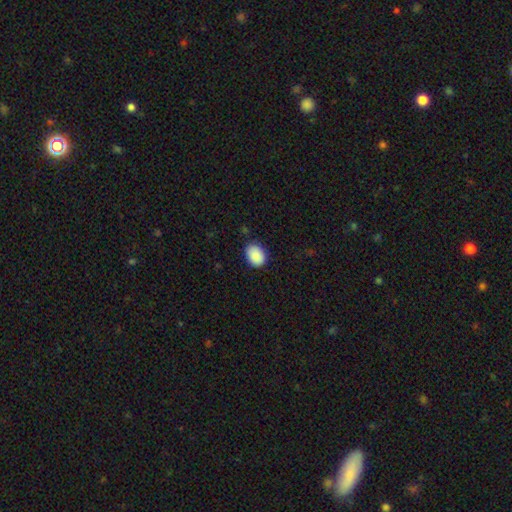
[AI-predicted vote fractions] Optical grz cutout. It shows a smooth galaxy with no disk features (90%) that is in between round and cigar-shaped (73%). Merging: none (82%).